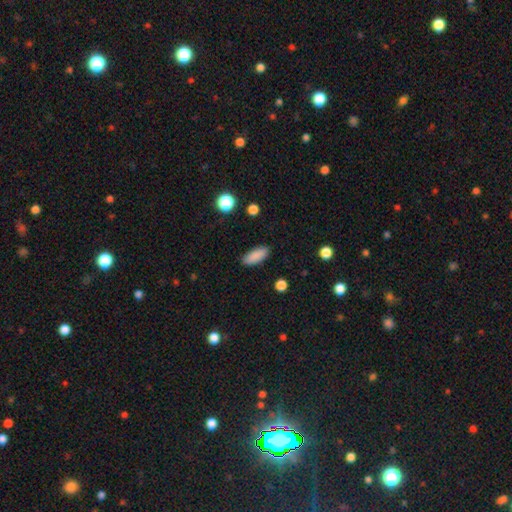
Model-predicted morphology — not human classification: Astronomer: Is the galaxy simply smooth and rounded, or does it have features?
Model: smooth — 89%.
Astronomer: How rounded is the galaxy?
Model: in between — 73%.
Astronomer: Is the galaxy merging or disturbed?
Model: none — 89%.